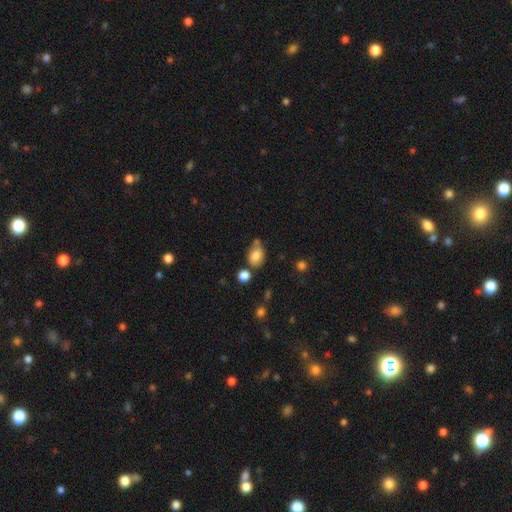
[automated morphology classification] A smooth galaxy with no disk features (80%) that is in between round and cigar-shaped (73%). Merging: none (54%).